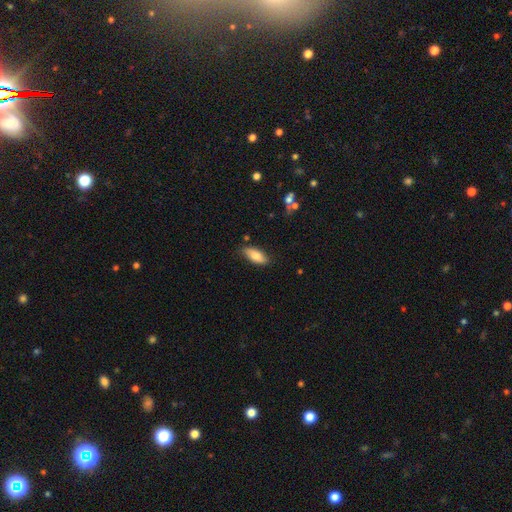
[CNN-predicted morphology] A smooth galaxy with no disk features (79%) that is in between round and cigar-shaped (83%).

Vote fractions:
- Smooth or featured? smooth: 79% / featured or disk: 14% / star or artifact: 7%
- How rounded? in between: 83% / cigar-shaped: 15% / round: 2%
- Merging? none: 77% / minor disturbance: 18% / major disturbance: 3% / merger: 2%